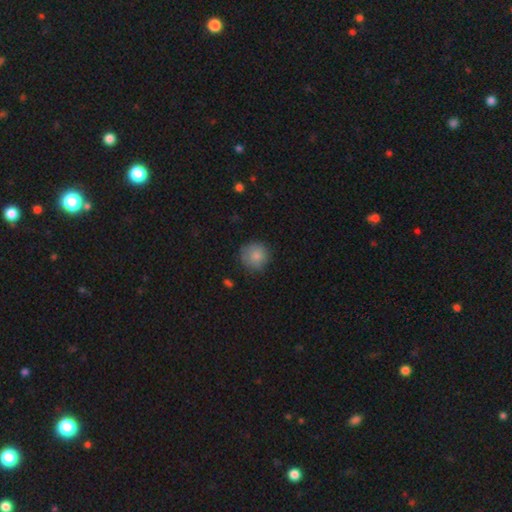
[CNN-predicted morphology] smooth_or_featured: smooth (p=0.84) [alt: star or artifact p=0.08]
how_rounded: round (p=0.92) [alt: in between p=0.07]
merging: none (p=0.77) [alt: minor disturbance p=0.17]